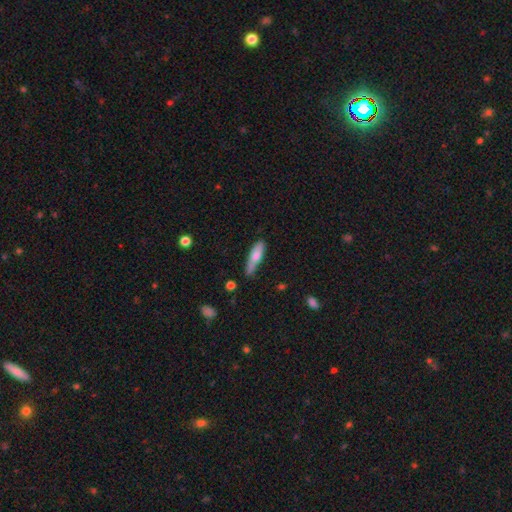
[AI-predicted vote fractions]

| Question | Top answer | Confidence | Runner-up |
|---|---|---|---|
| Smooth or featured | smooth | 62% | featured or disk (31%) |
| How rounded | cigar-shaped | 68% | in between (30%) |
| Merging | none | 59% | minor disturbance (29%) |